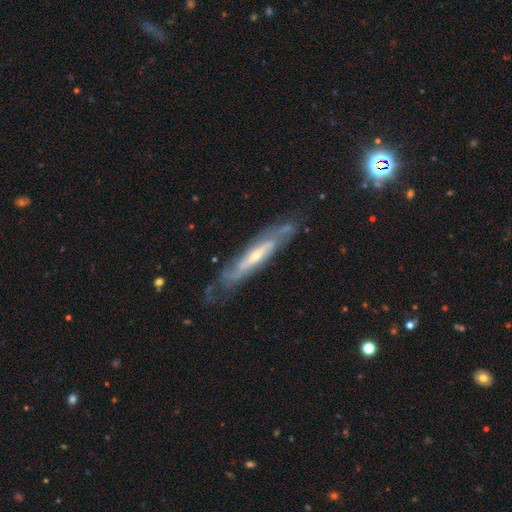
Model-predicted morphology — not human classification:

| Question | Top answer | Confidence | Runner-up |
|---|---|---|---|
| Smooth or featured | featured or disk | 79% | smooth (15%) |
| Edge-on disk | no | 51% | yes (49%) |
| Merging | none | 70% | minor disturbance (21%) |